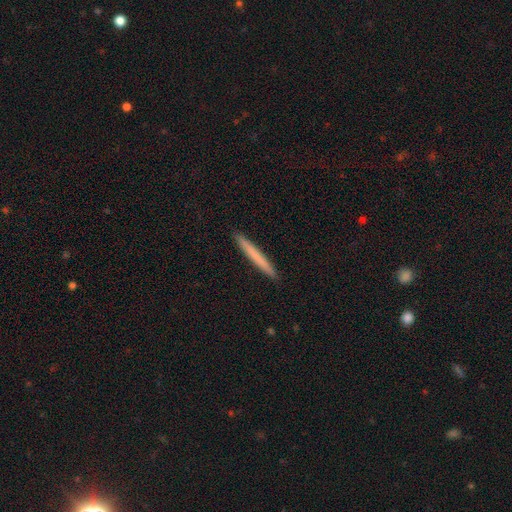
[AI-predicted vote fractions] Smooth or featured? smooth (70%)
How rounded? cigar-shaped (97%)
Merging? none (93%)